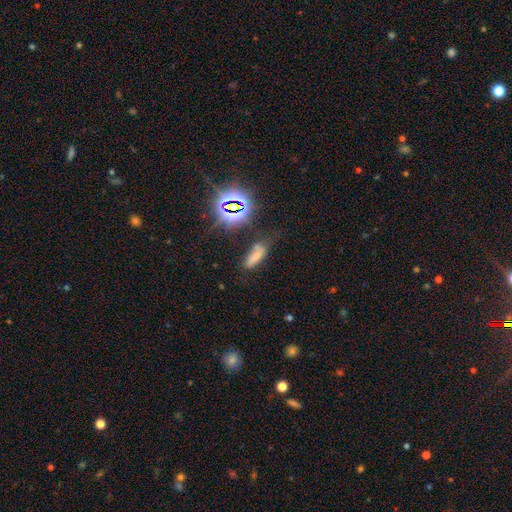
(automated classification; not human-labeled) A smooth galaxy with no disk features (63%) that is in between round and cigar-shaped (61%). Merging: none (51%).